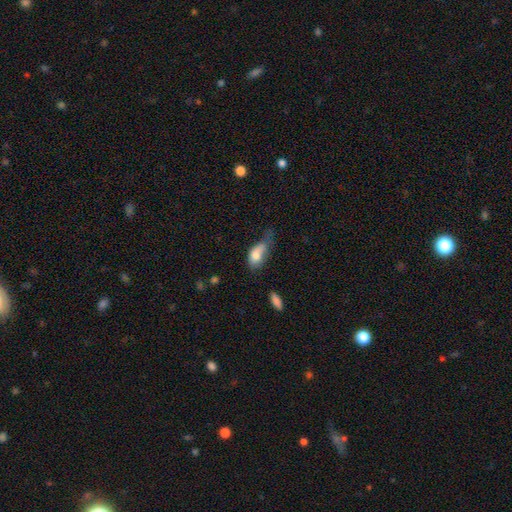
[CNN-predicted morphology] Smooth or featured? smooth (76%)
How rounded? in between (87%)
Merging? major disturbance (37%, tied with minor disturbance)